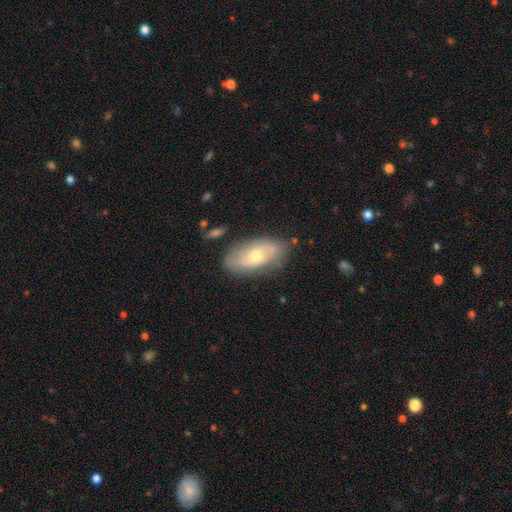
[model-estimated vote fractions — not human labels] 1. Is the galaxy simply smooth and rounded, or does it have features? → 48% featured or disk, 45% smooth, 7% star or artifact.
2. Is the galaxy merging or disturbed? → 76% none, 17% minor disturbance, 4% major disturbance, 3% merger.